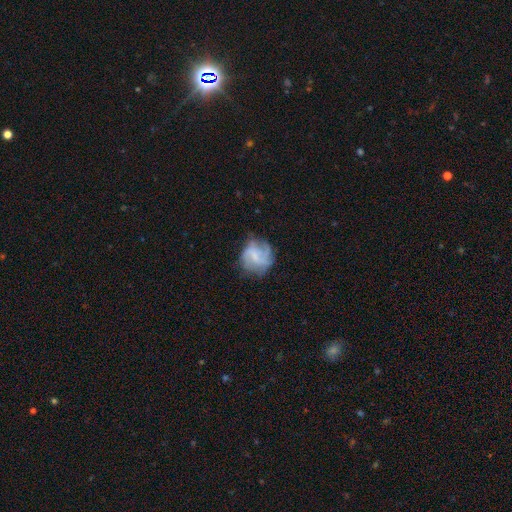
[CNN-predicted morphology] This is likely a featured or disk galaxy (67%). It is clearly not viewed edge-on (98%). Bar: possibly weak (48%). Spiral arm pattern: clearly yes (87%). Spiral arm count: marginally 2 (34%). Spiral winding: possibly medium (45%). Central bulge: marginally small (40%). Merging: likely none (61%).